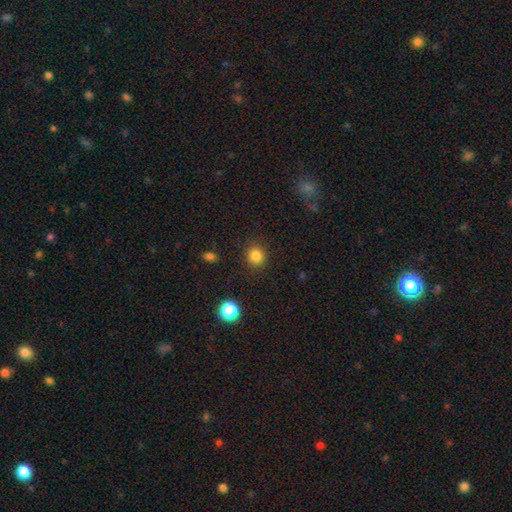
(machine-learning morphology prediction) Smooth or featured?
  - smooth: 84% *
  - star or artifact: 12%
  - featured or disk: 4%
How rounded?
  - round: 88% *
  - in between: 11%
  - cigar-shaped: 1%
Merging?
  - none: 89% *
  - minor disturbance: 7%
  - major disturbance: 3%
  - merger: 1%